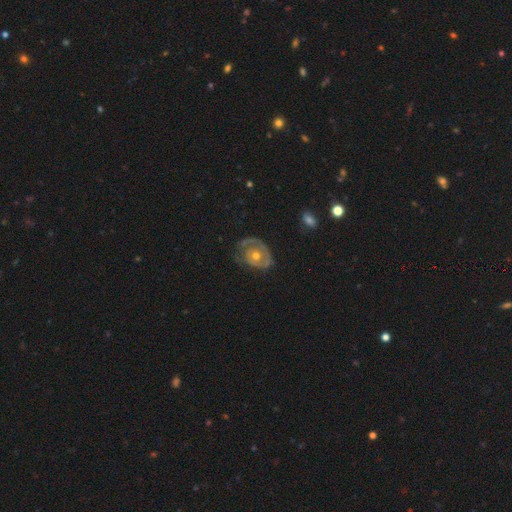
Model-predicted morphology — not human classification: A featured or disk galaxy (75%) with no bar (85%), 1 (49%) tight (63%) spiral arms (71%) and a moderate central bulge (66%).

Vote fractions:
- Smooth or featured? featured or disk: 75% / smooth: 20% / star or artifact: 5%
- Edge-on disk? no: 97% / yes: 3%
- Bar? no: 85% / weak: 13% / strong: 3%
- Spiral arms? yes: 71% / no: 29%
- Spiral winding? tight: 63% / medium: 25% / loose: 12%
- Spiral arm count? 1: 49% / 2: 23% / can't tell: 21% / 3: 4% / 4: 2% / more than 4: 2%
- Bulge size? moderate: 66% / small: 28% / large: 3% / none: 1% / dominant: 1%
- Merging? none: 57% / minor disturbance: 25% / major disturbance: 17% / merger: 2%